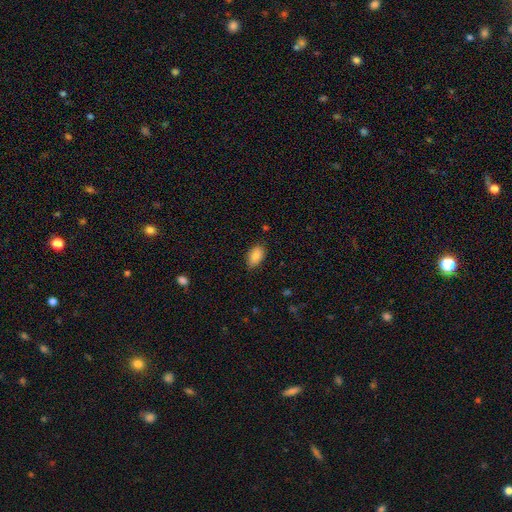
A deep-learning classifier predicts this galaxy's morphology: Smooth or featured? smooth (87%)
How rounded? in between (92%)
Merging? none (78%)